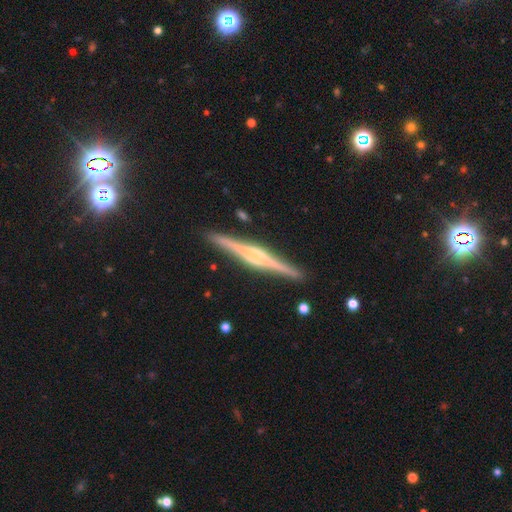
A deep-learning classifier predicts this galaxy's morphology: Smooth or featured? Predicted: featured or disk (p=0.84). Edge-on disk? Predicted: yes (p=0.98). Edge-on bulge? Predicted: rounded (p=0.64). Merging? Predicted: none (p=0.89).